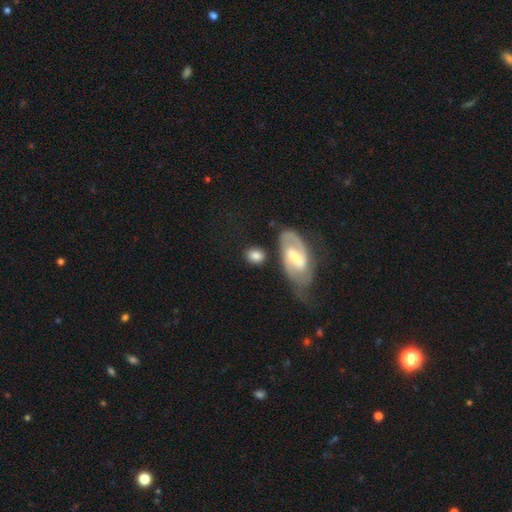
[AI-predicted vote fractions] Smooth or featured? Predicted: smooth (p=0.74). How rounded? Predicted: round (p=0.57). Merging? Predicted: none (p=0.72).